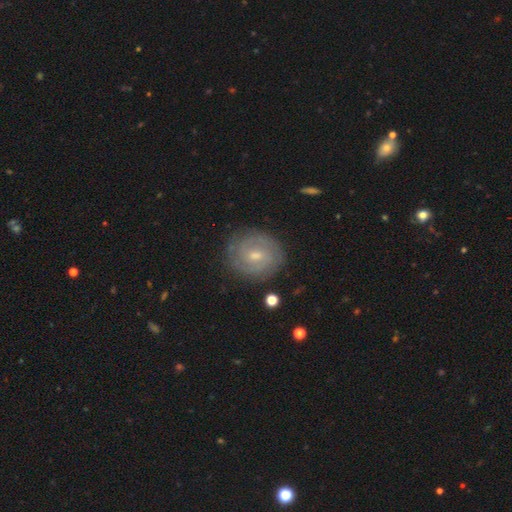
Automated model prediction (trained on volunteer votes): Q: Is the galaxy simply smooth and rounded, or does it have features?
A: featured or disk — 77%.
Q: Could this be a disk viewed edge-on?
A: no — 97%.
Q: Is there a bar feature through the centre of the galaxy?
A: weak — 55%.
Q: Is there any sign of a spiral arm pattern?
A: yes — 93%.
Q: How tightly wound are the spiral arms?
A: tight — 71%.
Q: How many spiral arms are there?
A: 2 — 53%.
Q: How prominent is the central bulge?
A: small — 53%.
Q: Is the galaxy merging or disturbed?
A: none — 84%.